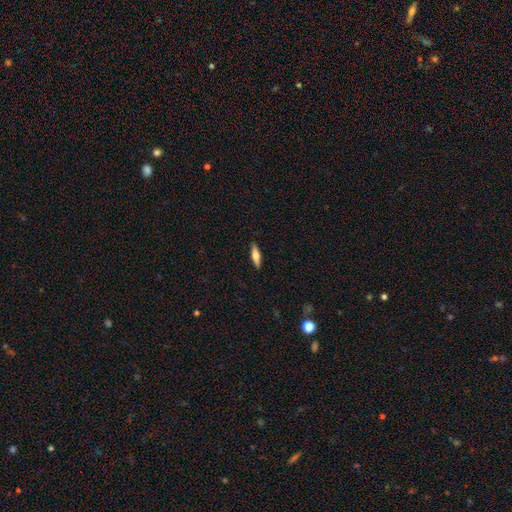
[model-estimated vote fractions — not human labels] smooth 50%, featured or disk 44%, star or artifact 6%. Down the decision tree: merging — none (90%).